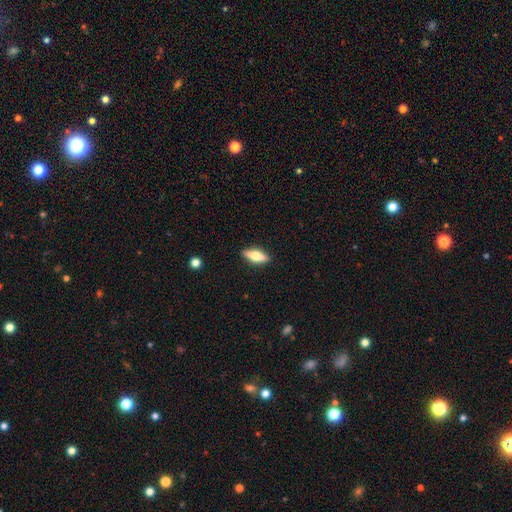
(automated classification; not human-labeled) A smooth galaxy with no disk features (51%) that is in between round and cigar-shaped (57%). Merging: none (88%).